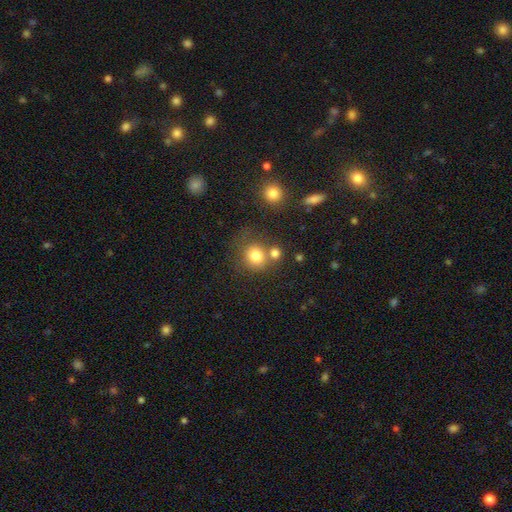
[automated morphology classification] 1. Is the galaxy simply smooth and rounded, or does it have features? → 79% smooth, 12% star or artifact, 9% featured or disk.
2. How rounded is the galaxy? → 82% round, 17% in between, 1% cigar-shaped.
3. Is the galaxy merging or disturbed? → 57% none, 24% merger, 12% minor disturbance, 6% major disturbance.